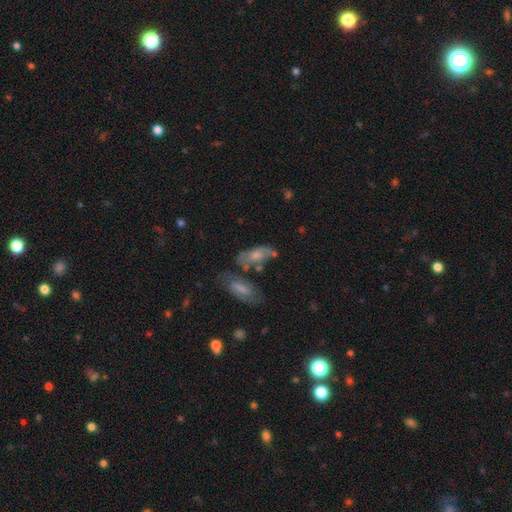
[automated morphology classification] This appears to be a smooth galaxy with no disk features (46%). Merging: none (45%).